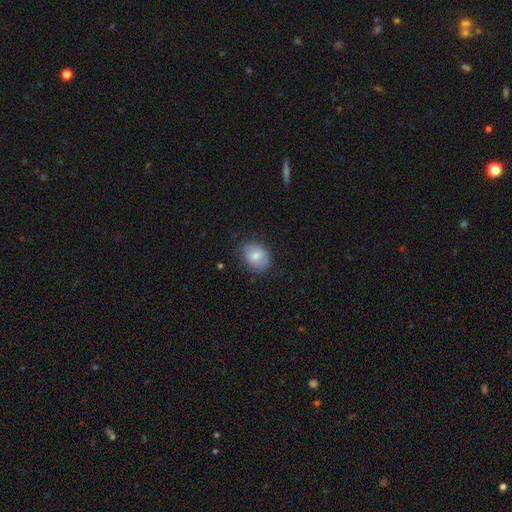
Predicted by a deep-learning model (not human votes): Smooth or featured? smooth (74%)
How rounded? in between (68%)
Merging? none (75%)